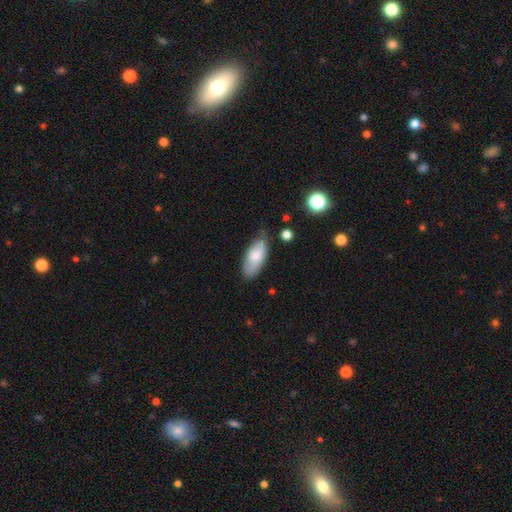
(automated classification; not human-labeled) A smooth galaxy with no disk features (75%) that is in between round and cigar-shaped (86%). Merging: none (70%).